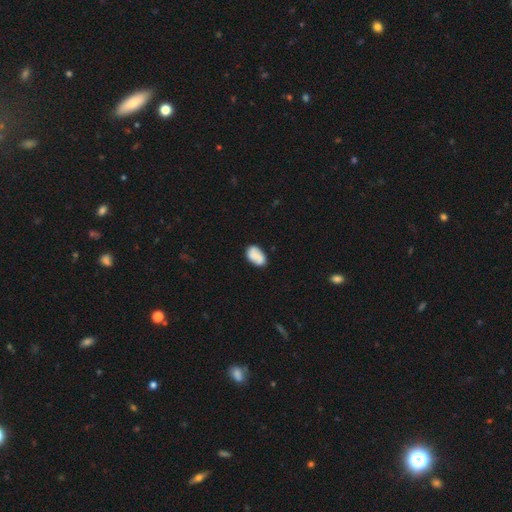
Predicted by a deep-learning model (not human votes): smooth 68%, featured or disk 24%, star or artifact 8%. Down the decision tree: how rounded — in between (90%); merging — none (69%).